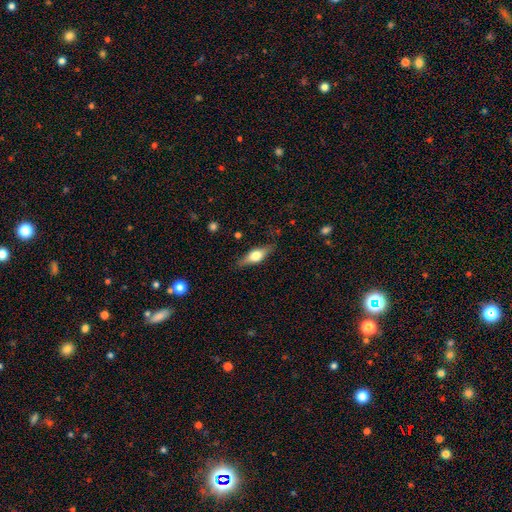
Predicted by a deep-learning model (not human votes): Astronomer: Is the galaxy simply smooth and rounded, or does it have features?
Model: featured or disk — 49% (runner-up: smooth, 45%).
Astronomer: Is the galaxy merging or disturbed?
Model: none — 83%.